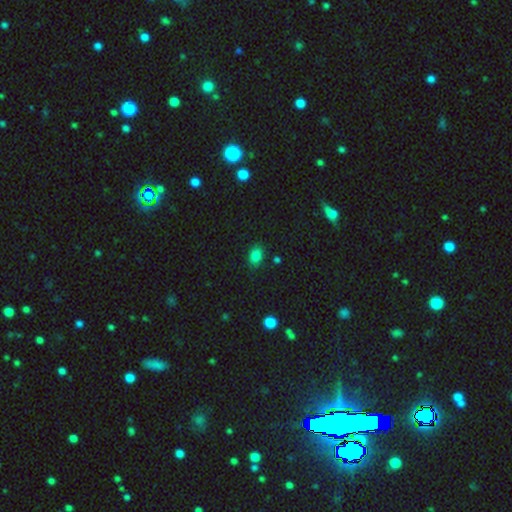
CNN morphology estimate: type=smooth (82%); roundness=in between (69%); merging=none (83%).